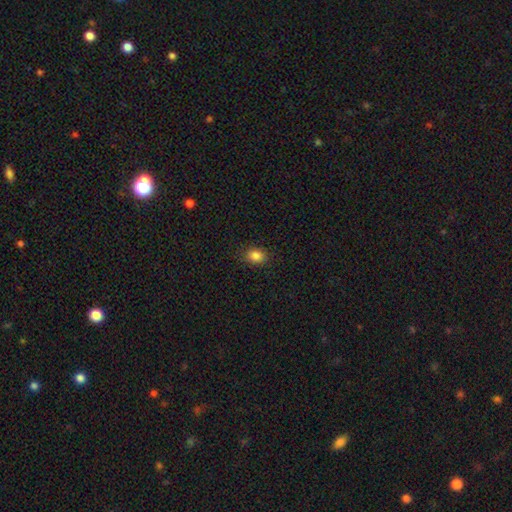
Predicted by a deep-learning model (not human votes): A smooth galaxy with no disk features (85%) that is in between round and cigar-shaped (63%). Merging: none (87%).